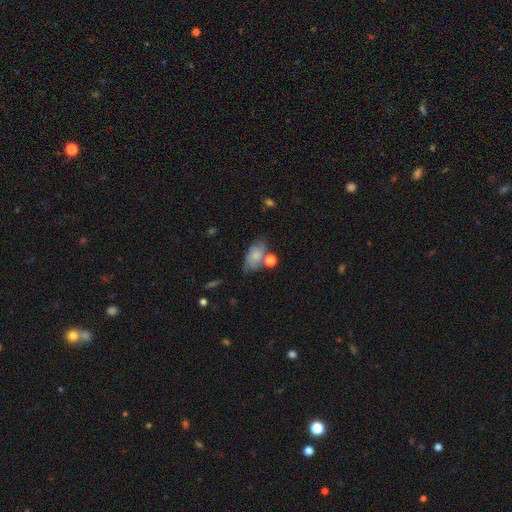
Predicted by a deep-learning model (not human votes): Q: Smooth or featured?
A: smooth (56%); runner-up: featured or disk (35%)
Q: How rounded?
A: in between (85%); runner-up: round (12%)
Q: Merging?
A: none (49%); runner-up: minor disturbance (24%)